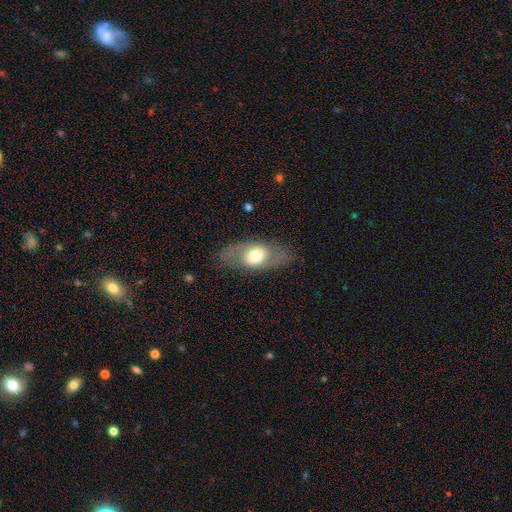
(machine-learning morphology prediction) Smooth or featured: smooth — 50% (featured or disk — 43%)
How rounded: in between — 80% (round — 13%)
Merging: none — 81% (minor disturbance — 12%)